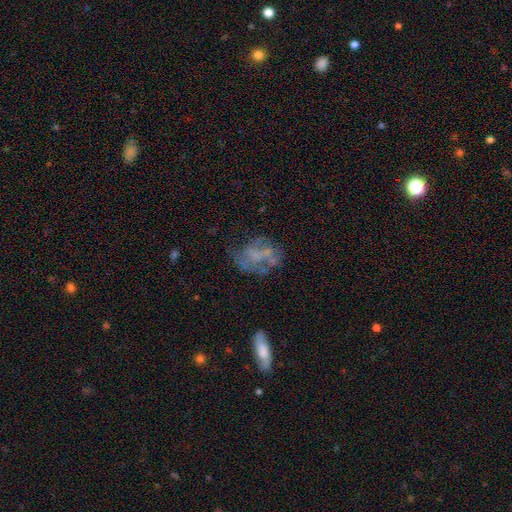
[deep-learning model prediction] Smooth or featured? featured or disk (57%)
Edge-on disk? no (97%)
Bar? no (79%)
Spiral arms? no (71%)
Bulge size? none (65%)
Merging? none (45%)